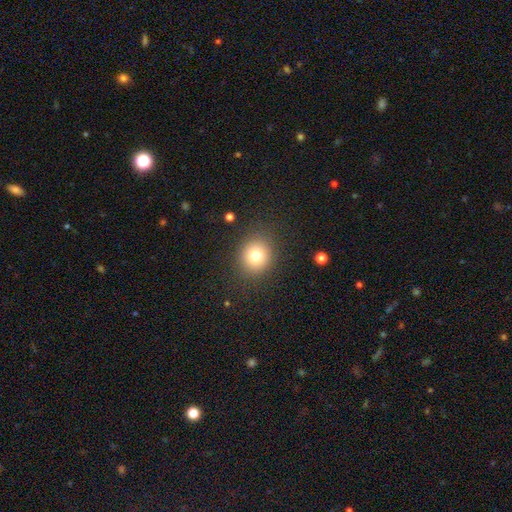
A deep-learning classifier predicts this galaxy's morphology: Smooth or featured? smooth (78%)
How rounded? round (81%)
Merging? none (87%)